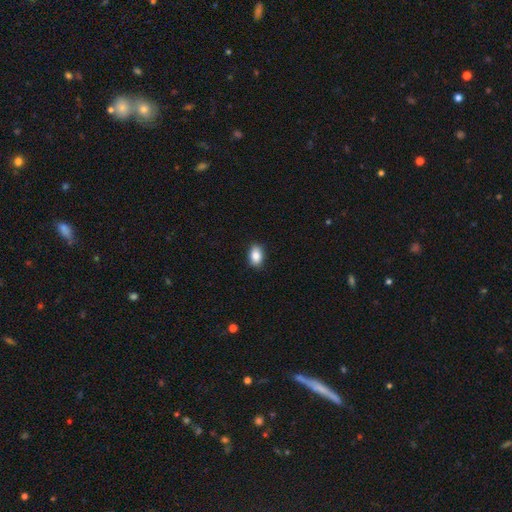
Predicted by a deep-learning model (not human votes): Overall: smooth (88%). How rounded: in between (87%). Merging: none (87%).